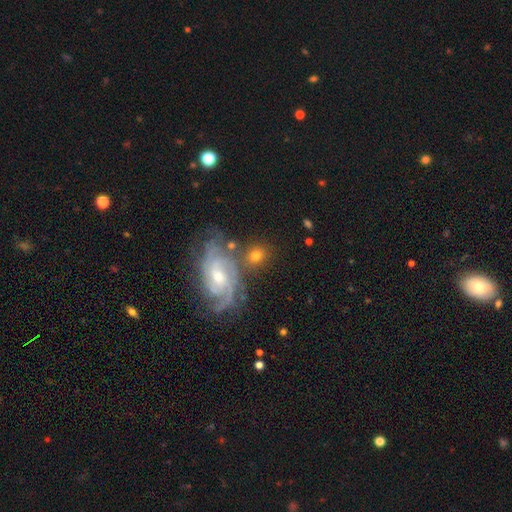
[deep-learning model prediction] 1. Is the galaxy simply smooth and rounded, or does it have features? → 54% smooth, 36% featured or disk, 10% star or artifact.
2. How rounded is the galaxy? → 56% round, 41% in between, 3% cigar-shaped.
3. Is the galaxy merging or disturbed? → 67% none, 14% minor disturbance, 13% merger, 6% major disturbance.